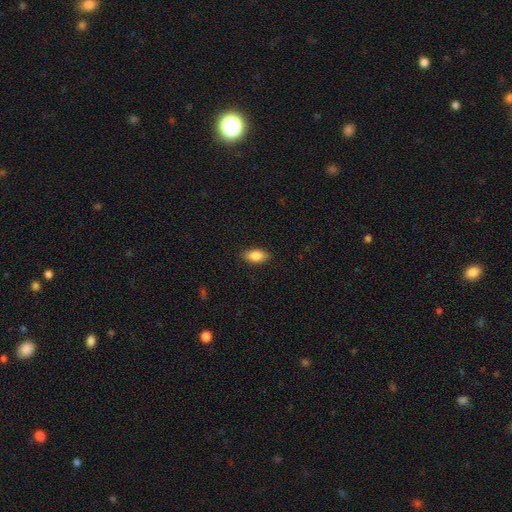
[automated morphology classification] The model was most divided on "smooth or featured": smooth: 83%, featured or disk: 10%, star or artifact: 7%. More confident: how rounded — in between (87%); merging — none (86%).